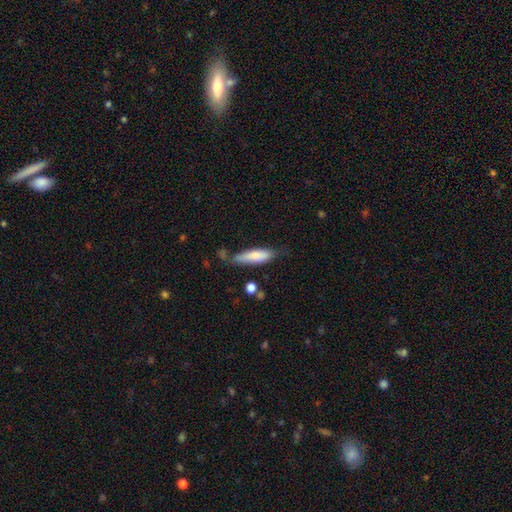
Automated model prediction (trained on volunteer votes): Smooth or featured? Predicted: smooth (p=0.75). How rounded? Predicted: cigar-shaped (p=0.65). Merging? Predicted: none (p=0.58).